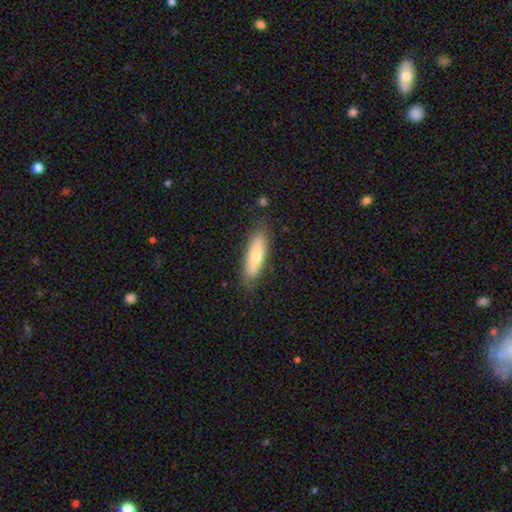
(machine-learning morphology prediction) smooth-or-featured: smooth: 68% | featured or disk: 26% | star or artifact: 6%
  how-rounded: cigar-shaped: 53% | in between: 45% | round: 2%
  merging: none: 81% | minor disturbance: 14% | major disturbance: 3% | merger: 2%